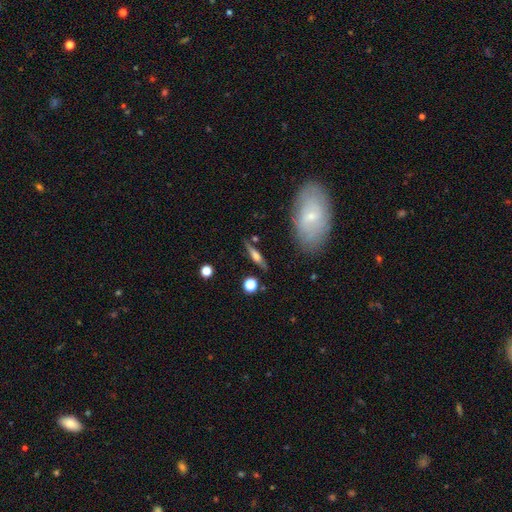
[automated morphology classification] This appears to be a featured or disk galaxy (57%) viewed edge-on (92%) with a rounded central bulge (82%). Merging: none (83%).